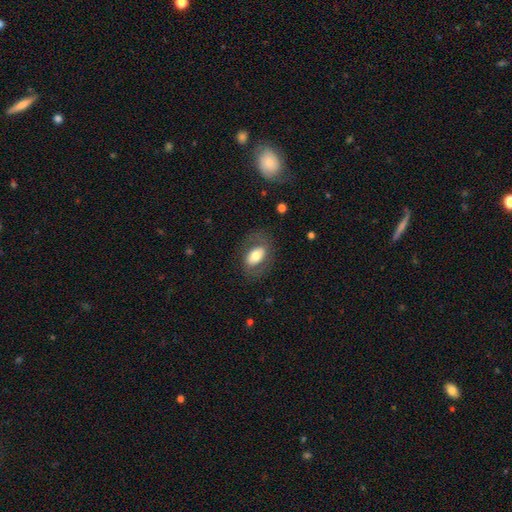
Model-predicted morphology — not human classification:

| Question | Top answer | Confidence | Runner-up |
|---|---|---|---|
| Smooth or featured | smooth | 59% | featured or disk (34%) |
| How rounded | in between | 88% | round (11%) |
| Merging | none | 72% | minor disturbance (15%) |